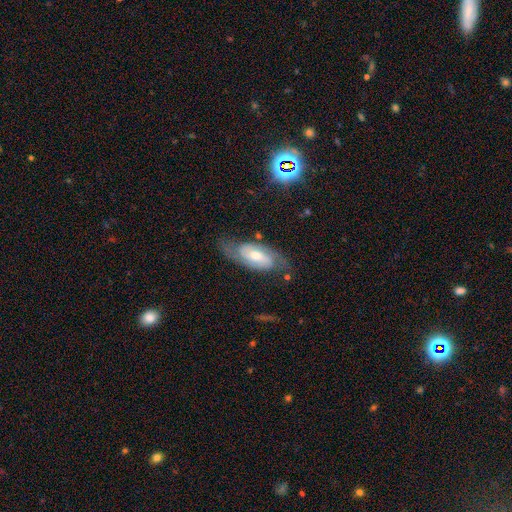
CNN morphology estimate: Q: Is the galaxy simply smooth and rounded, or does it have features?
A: featured or disk — 80%.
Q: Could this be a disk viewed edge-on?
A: no — 93%.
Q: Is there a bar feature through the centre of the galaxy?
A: weak — 43%.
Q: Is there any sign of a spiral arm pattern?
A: yes — 95%.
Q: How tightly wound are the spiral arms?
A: medium — 46%.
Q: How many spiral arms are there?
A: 2 — 87%.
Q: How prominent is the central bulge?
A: moderate — 62%.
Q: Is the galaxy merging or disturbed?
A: none — 71%.